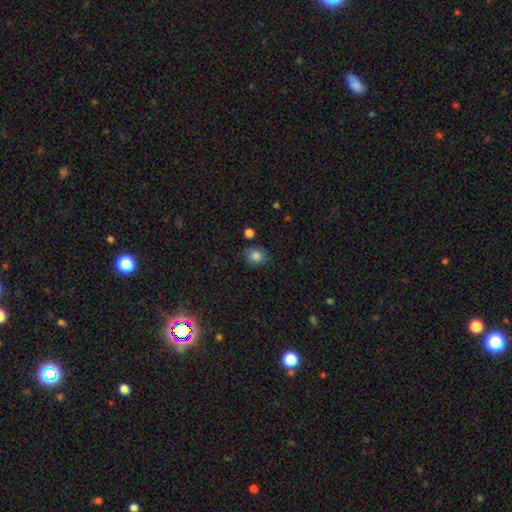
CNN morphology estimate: Smooth or featured? smooth (85%)
How rounded? round (77%)
Merging? none (79%)